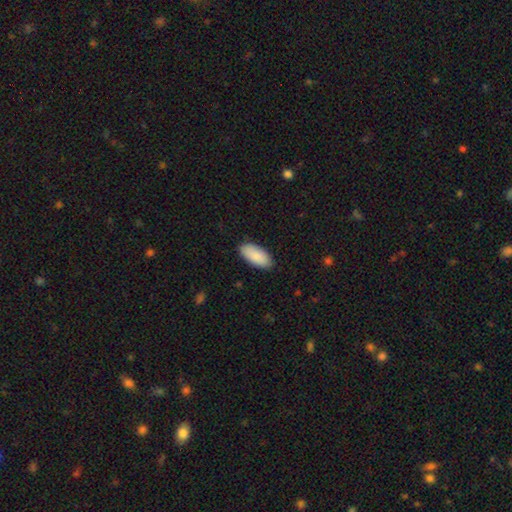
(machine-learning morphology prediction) A smooth galaxy with no disk features (89%) that is in between round and cigar-shaped (93%). Merging: none (87%).